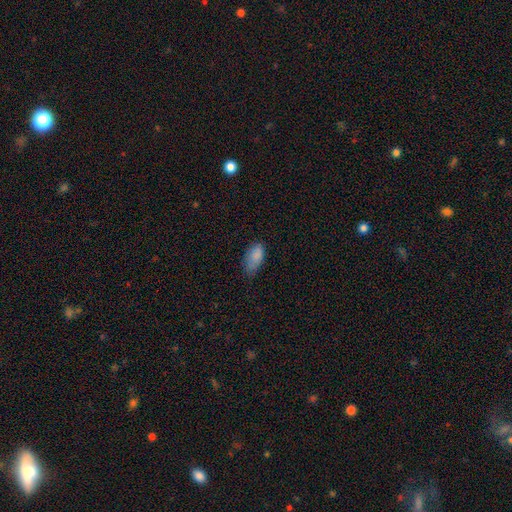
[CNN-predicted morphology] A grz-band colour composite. It shows a smooth galaxy with no disk features (85%) that is in between round and cigar-shaped (92%). Merging: none (45%).